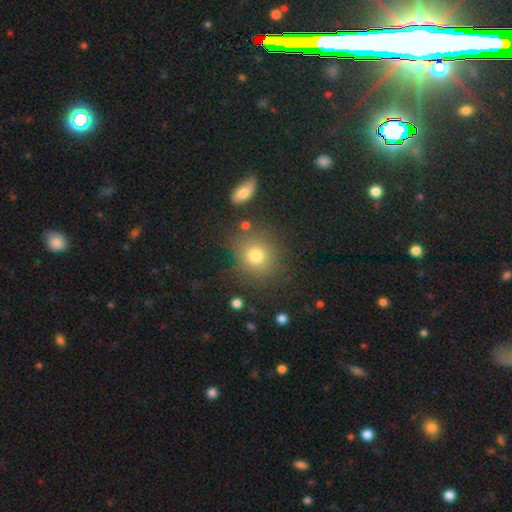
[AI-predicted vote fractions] The model was most divided on "smooth or featured": smooth: 76%, star or artifact: 14%, featured or disk: 10%. More confident: how rounded — round (81%); merging — none (79%).